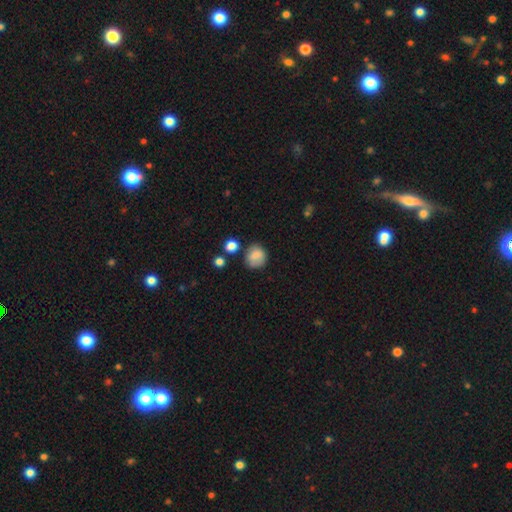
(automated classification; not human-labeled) Smooth or featured? smooth (80%)
How rounded? round (76%)
Merging? none (69%)